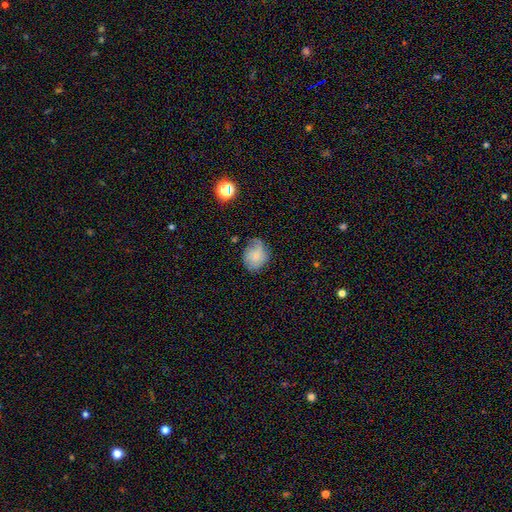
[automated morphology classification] Q: Smooth or featured?
A: smooth (66%); runner-up: featured or disk (25%)
Q: How rounded?
A: in between (53%); runner-up: round (46%)
Q: Merging?
A: none (54%); runner-up: minor disturbance (32%)